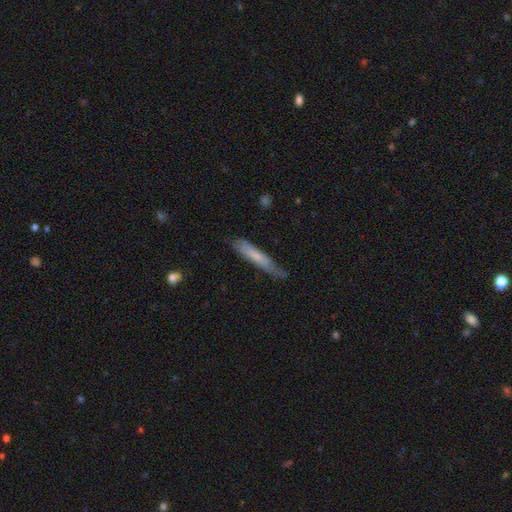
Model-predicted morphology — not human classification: smooth 65%, featured or disk 29%, star or artifact 6%. Down the decision tree: how rounded — cigar-shaped (91%); merging — none (66%).